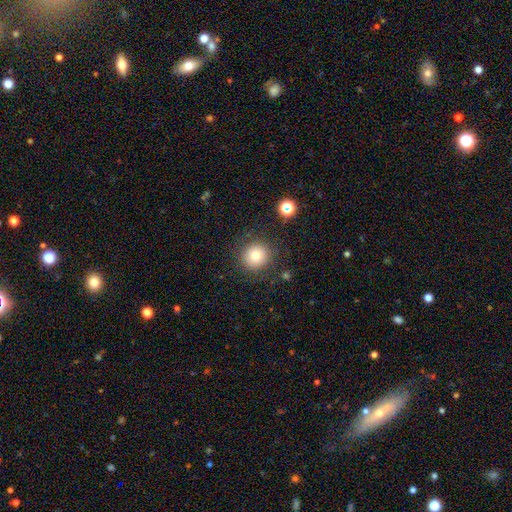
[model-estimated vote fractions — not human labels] smooth-or-featured: smooth: 78% | star or artifact: 13% | featured or disk: 9%
  how-rounded: round: 93% | in between: 6% | cigar-shaped: 1%
  merging: none: 86% | minor disturbance: 8% | major disturbance: 4% | merger: 2%